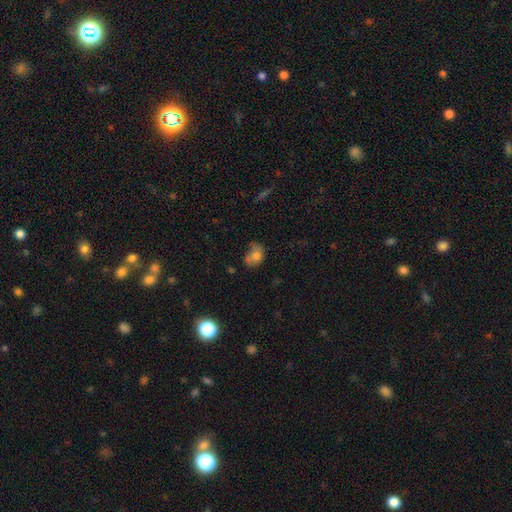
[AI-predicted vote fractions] smooth-or-featured: smooth: 71% | featured or disk: 17% | star or artifact: 11%
  how-rounded: in between: 67% | round: 31% | cigar-shaped: 1%
  merging: none: 36% (tied) | minor disturbance: 36% (tied) | major disturbance: 20% | merger: 8%